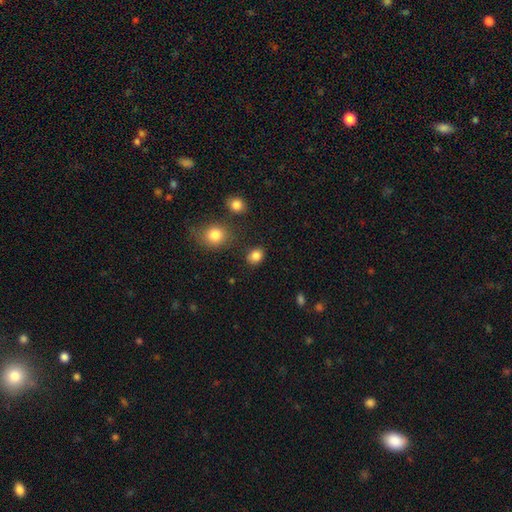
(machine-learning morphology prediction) This appears to be a smooth galaxy with no disk features (85%) that is round (55%). Merging: none (82%).